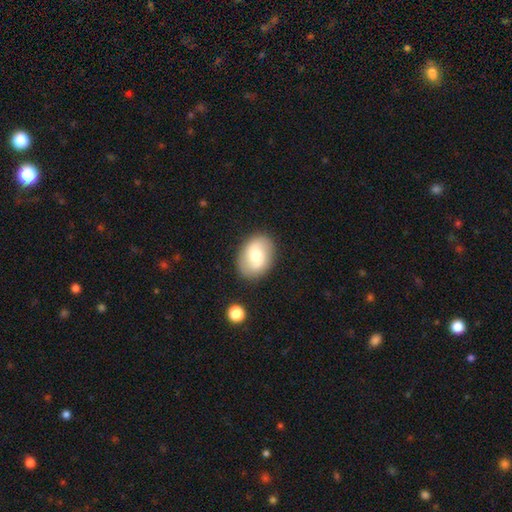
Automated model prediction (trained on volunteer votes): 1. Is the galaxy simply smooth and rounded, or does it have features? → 56% smooth, 37% featured or disk, 7% star or artifact.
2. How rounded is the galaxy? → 71% in between, 28% round, 1% cigar-shaped.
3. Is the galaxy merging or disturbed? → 85% none, 10% minor disturbance, 3% major disturbance, 2% merger.